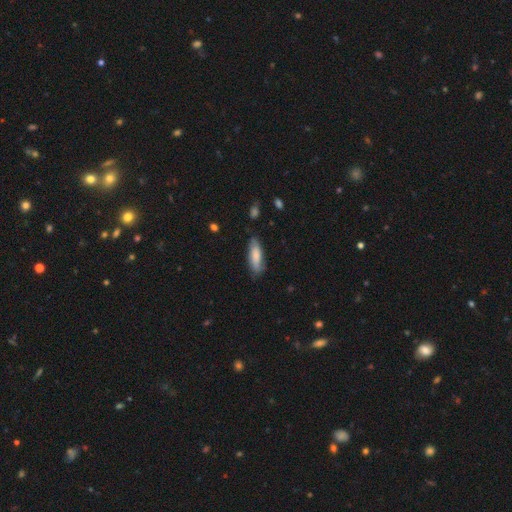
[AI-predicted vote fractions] Morphology: type=smooth (74%); roundness=in between (56%); merging=none (72%).